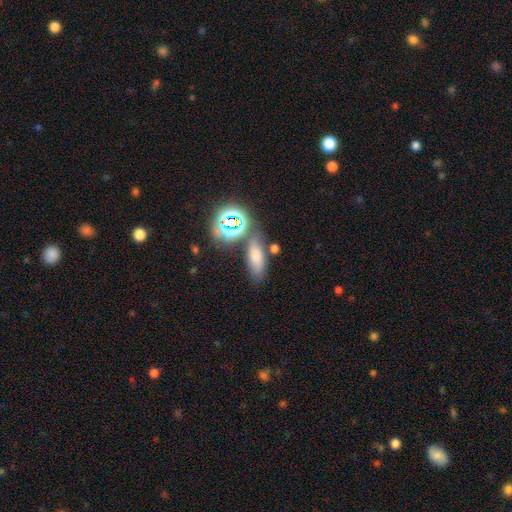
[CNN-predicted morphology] Smooth or featured? smooth (68%)
How rounded? in between (65%)
Merging? none (69%)